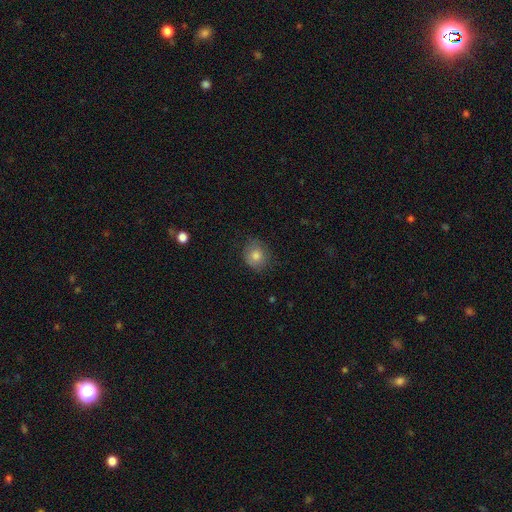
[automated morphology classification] Smooth or featured? Predicted: smooth (p=0.79). How rounded? Predicted: round (p=0.77). Merging? Predicted: none (p=0.80).